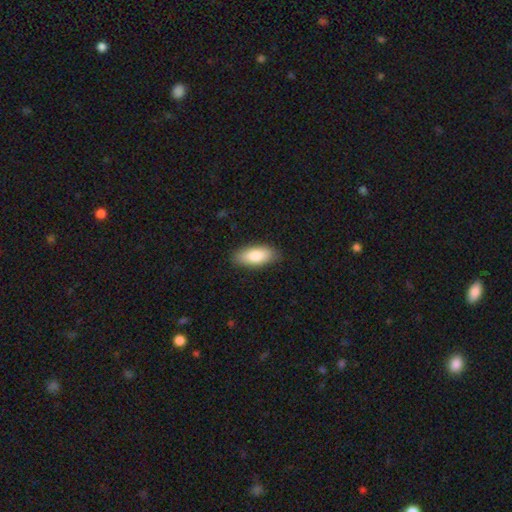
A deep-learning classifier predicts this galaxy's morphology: Smooth or featured? Predicted: smooth (p=0.83). How rounded? Predicted: in between (p=0.86). Merging? Predicted: none (p=0.86).